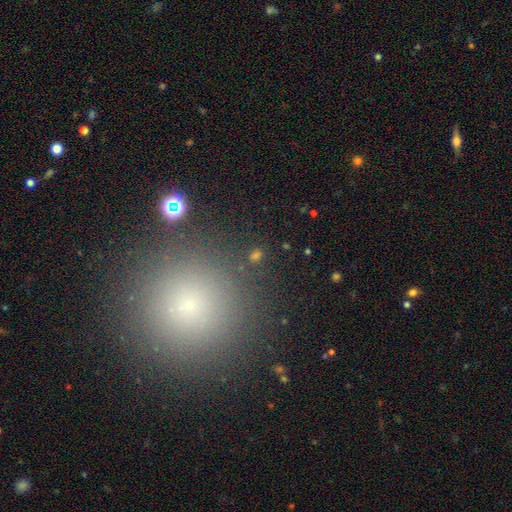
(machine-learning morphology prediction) smooth-or-featured: smooth: 55% | star or artifact: 35% | featured or disk: 10%
  how-rounded: round: 72% | in between: 26% | cigar-shaped: 2%
  merging: none: 84% | minor disturbance: 8% | merger: 4% | major disturbance: 4%